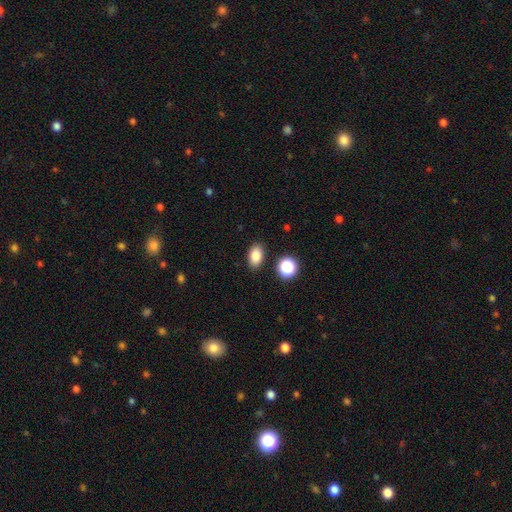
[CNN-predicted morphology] Smooth or featured? smooth (84%)
How rounded? in between (87%)
Merging? none (86%)